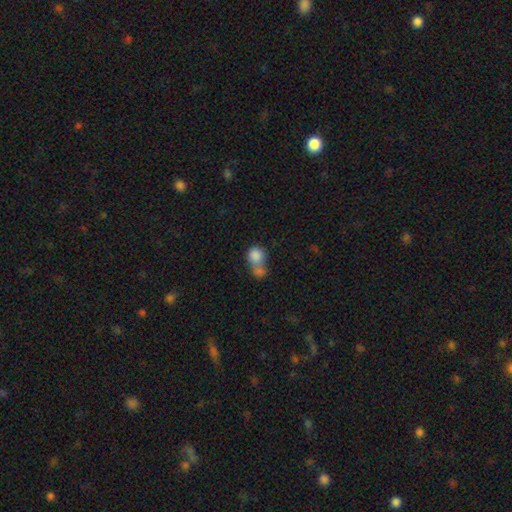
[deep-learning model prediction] A smooth galaxy with no disk features (81%) that is round (67%).

Vote fractions:
- Smooth or featured? smooth: 81% / featured or disk: 10% / star or artifact: 9%
- How rounded? round: 67% / in between: 32% / cigar-shaped: 1%
- Merging? merger: 62% / none: 22% / minor disturbance: 9% / major disturbance: 7%